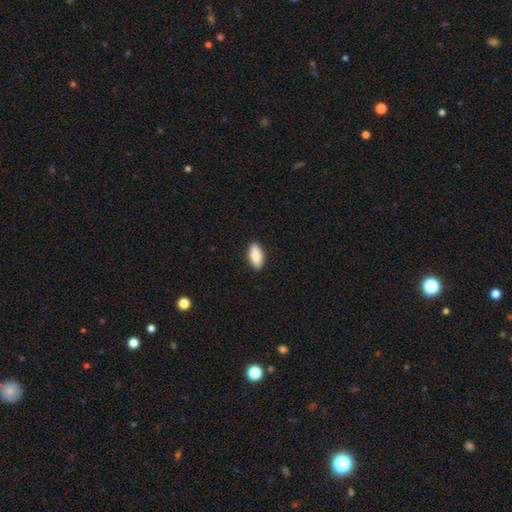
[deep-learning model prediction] Q: Smooth or featured?
A: smooth (84%); runner-up: featured or disk (9%)
Q: How rounded?
A: in between (91%); runner-up: cigar-shaped (6%)
Q: Merging?
A: none (90%); runner-up: minor disturbance (7%)